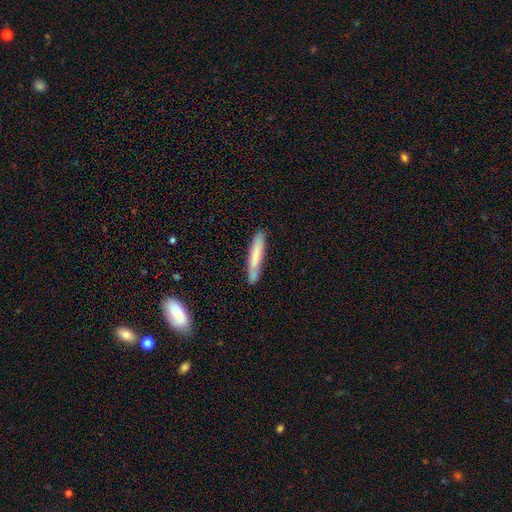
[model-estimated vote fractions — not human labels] This is likely a smooth galaxy (71%). How rounded: clearly cigar-shaped (92%). Merging: clearly none (82%).